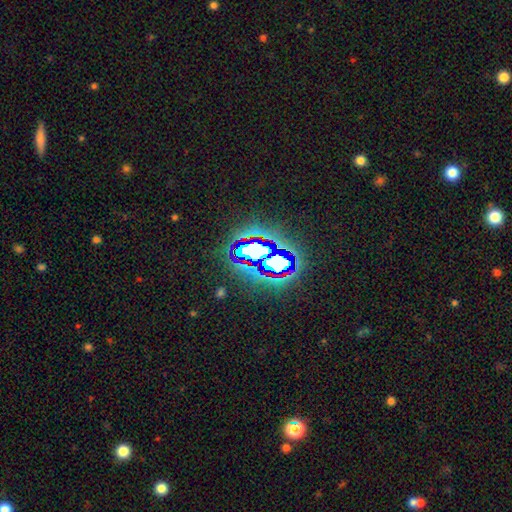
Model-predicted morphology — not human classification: Smooth or featured?
  - star or artifact: 74% *
  - smooth: 13%
  - featured or disk: 13%